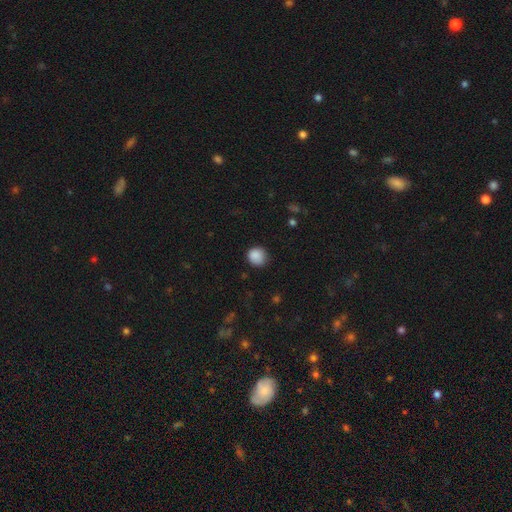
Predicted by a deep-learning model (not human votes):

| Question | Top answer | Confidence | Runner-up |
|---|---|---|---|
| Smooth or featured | smooth | 87% | star or artifact (9%) |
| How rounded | round | 89% | in between (10%) |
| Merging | none | 79% | minor disturbance (16%) |